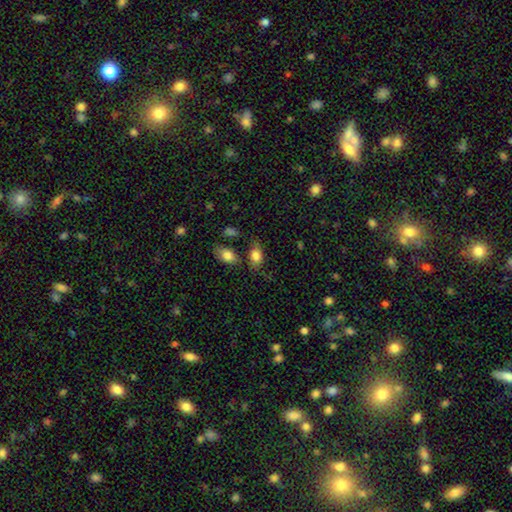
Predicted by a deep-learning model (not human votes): smooth-or-featured: smooth: 81% | featured or disk: 11% | star or artifact: 8%
  how-rounded: in between: 86% | round: 11% | cigar-shaped: 2%
  merging: none: 64% | minor disturbance: 20% | merger: 10% | major disturbance: 7%